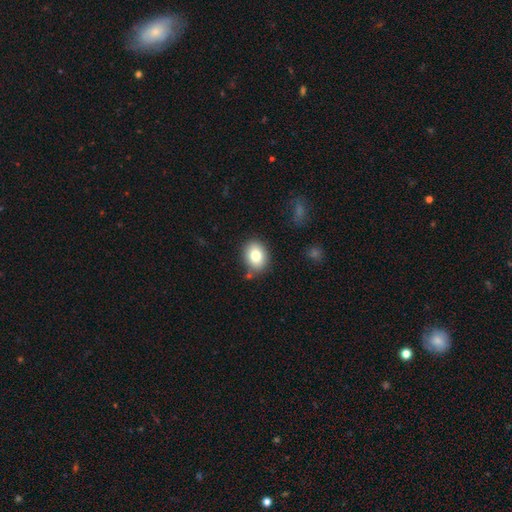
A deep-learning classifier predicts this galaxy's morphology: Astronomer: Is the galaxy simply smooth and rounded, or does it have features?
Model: smooth — 81%.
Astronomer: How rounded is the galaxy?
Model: in between — 64%.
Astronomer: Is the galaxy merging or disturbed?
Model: none — 81%.